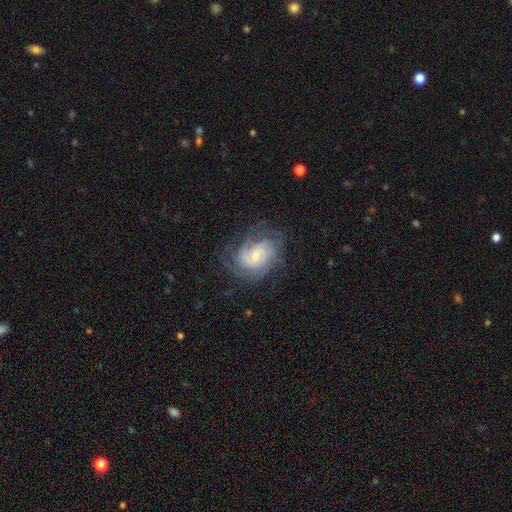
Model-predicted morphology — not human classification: Smooth or featured?
  - featured or disk: 77% *
  - smooth: 16%
  - star or artifact: 7%
Edge-on disk?
  - no: 97% *
  - yes: 3%
Bar?
  - no: 55% *
  - weak: 38%
  - strong: 7%
Spiral arms?
  - yes: 92% *
  - no: 8%
Spiral winding?
  - tight: 54% *
  - medium: 35%
  - loose: 11%
Spiral arm count?
  - can't tell: 38% *
  - 2: 27%
  - 3: 17%
  - 4: 8%
  - 1: 5%
  - more than 4: 5%
Bulge size?
  - small: 63% *
  - moderate: 31%
  - none: 3%
  - large: 3%
  - dominant: 1%
Merging?
  - none: 68% *
  - minor disturbance: 19%
  - major disturbance: 11%
  - merger: 1%